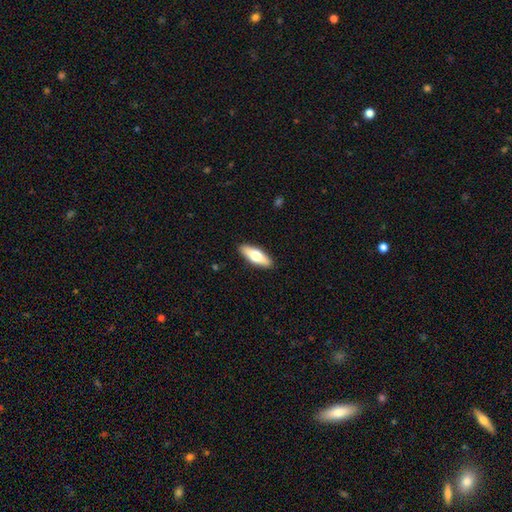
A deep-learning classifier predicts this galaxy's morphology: smooth 59%, featured or disk 35%, star or artifact 6%. Down the decision tree: how rounded — in between (56%); merging — none (90%).